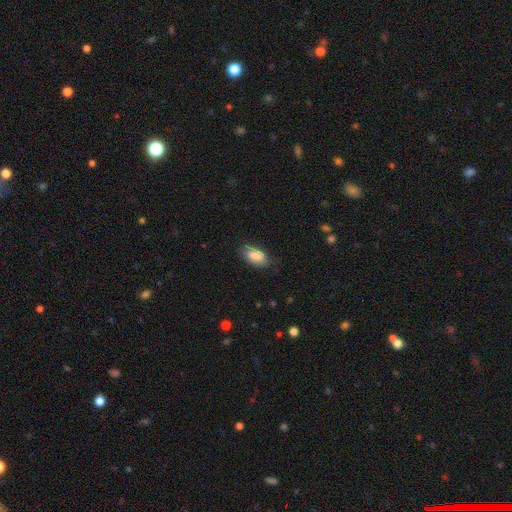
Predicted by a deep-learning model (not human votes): Smooth or featured? Predicted: smooth (p=0.83). How rounded? Predicted: in between (p=0.92). Merging? Predicted: none (p=0.75).